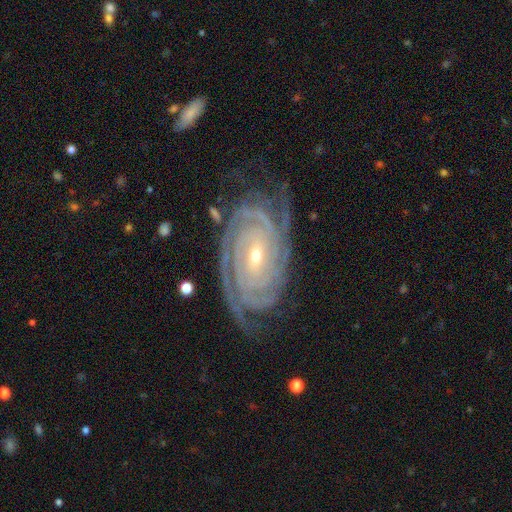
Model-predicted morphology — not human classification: smooth_or_featured: featured or disk (p=0.92) [alt: star or artifact p=0.05]
disk_edge_on: no (p=0.97) [alt: yes p=0.03]
bar: no (p=0.47) [alt: weak p=0.31]
has_spiral_arms: yes (p=0.99) [alt: no p=0.01]
spiral_winding: tight (p=0.87) [alt: medium p=0.12]
spiral_arm_count: 4 (p=0.25) [alt: 3 p=0.22]
bulge_size: small (p=0.62) [alt: moderate p=0.35]
merging: none (p=0.77) [alt: minor disturbance p=0.16]